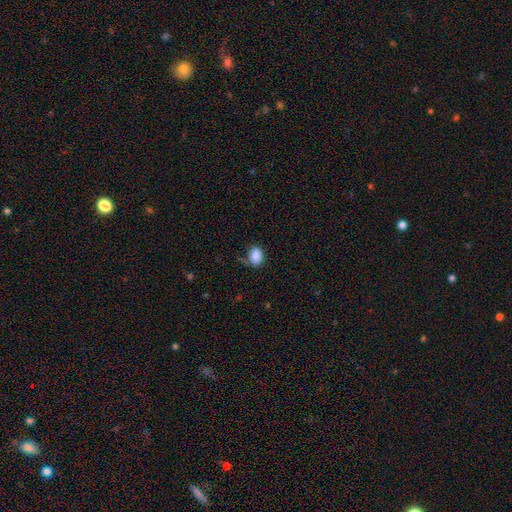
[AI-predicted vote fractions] A smooth galaxy with no disk features (86%) that is in between round and cigar-shaped (76%).

Vote fractions:
- Smooth or featured? smooth: 86% / star or artifact: 9% / featured or disk: 5%
- How rounded? in between: 76% / round: 23% / cigar-shaped: 1%
- Merging? none: 66% / minor disturbance: 23% / major disturbance: 8% / merger: 4%